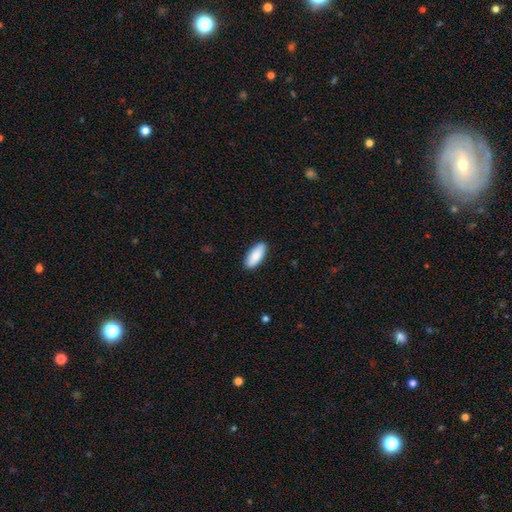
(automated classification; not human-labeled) Q: Smooth or featured?
A: smooth (88%); runner-up: featured or disk (6%)
Q: How rounded?
A: in between (80%); runner-up: cigar-shaped (19%)
Q: Merging?
A: none (89%); runner-up: minor disturbance (8%)